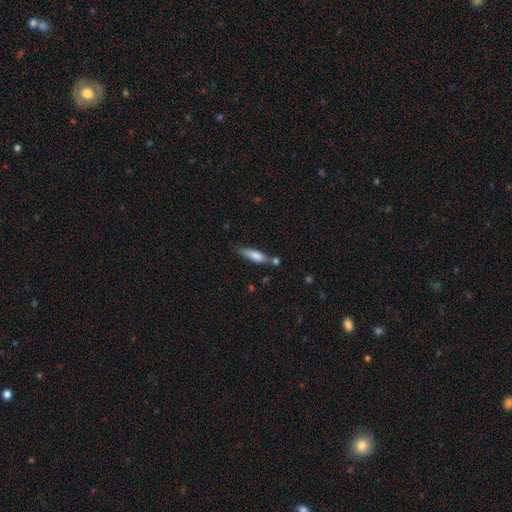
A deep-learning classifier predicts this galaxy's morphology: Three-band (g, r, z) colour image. It shows a smooth galaxy with no disk features (75%) that is cigar-shaped (61%). Merging: none (57%).